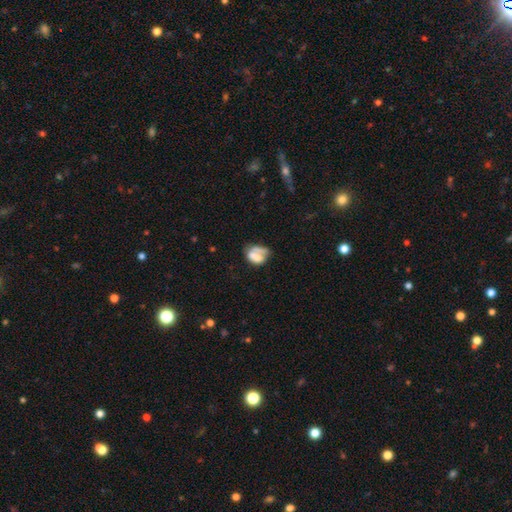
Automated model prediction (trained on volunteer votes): Smooth or featured? smooth (60%)
How rounded? in between (72%)
Merging? none (31%)